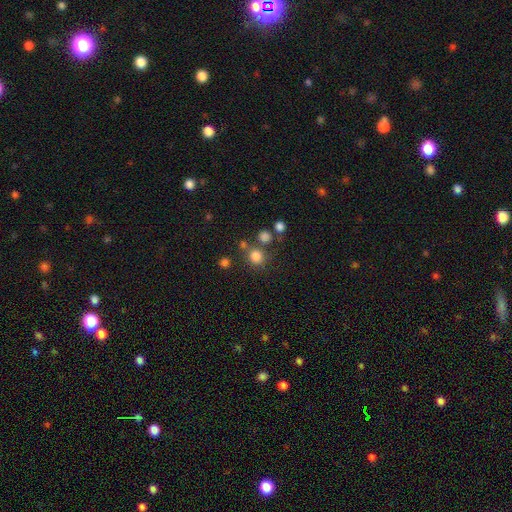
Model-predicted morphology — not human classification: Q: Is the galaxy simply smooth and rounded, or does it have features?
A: smooth — 80%.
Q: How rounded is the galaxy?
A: round — 87%.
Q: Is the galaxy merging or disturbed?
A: none — 70%.